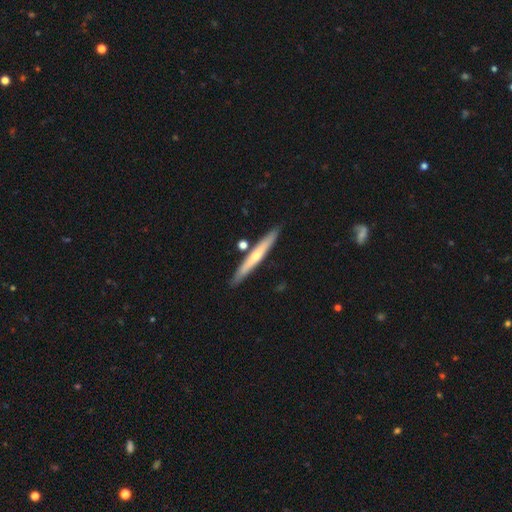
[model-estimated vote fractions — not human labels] Overall: featured or disk (49%; smooth 45%). Merging: none (86%).